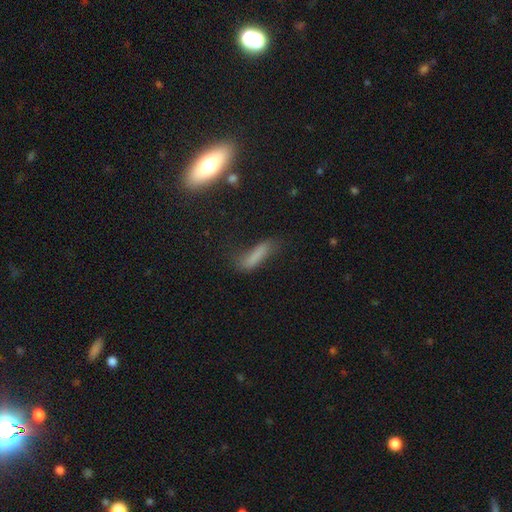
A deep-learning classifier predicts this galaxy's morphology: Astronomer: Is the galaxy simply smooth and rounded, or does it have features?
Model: smooth — 75%.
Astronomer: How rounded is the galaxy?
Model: cigar-shaped — 71%.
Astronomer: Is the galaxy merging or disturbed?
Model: none — 51% (runner-up: minor disturbance, 29%).